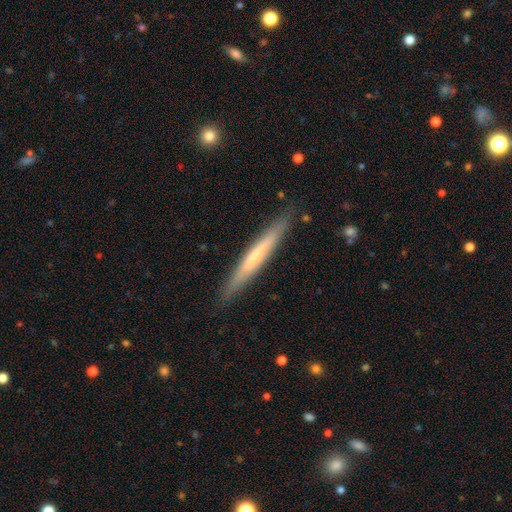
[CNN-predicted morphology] smooth-or-featured: smooth: 48% | featured or disk: 46% | star or artifact: 6%
  merging: none: 89% | minor disturbance: 8% | major disturbance: 2% | merger: 1%